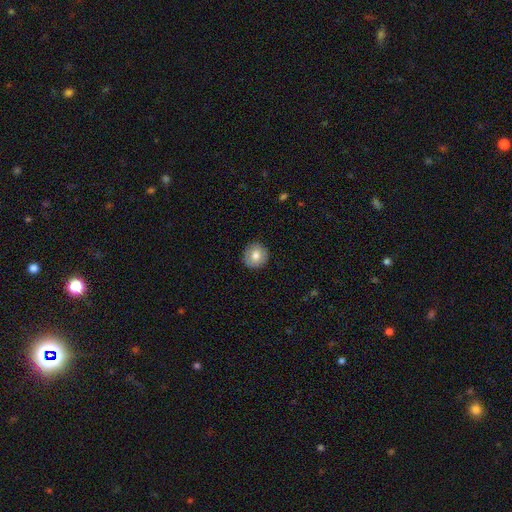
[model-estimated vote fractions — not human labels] This is likely a smooth galaxy (73%). How rounded: clearly round (90%). Merging: clearly none (88%).